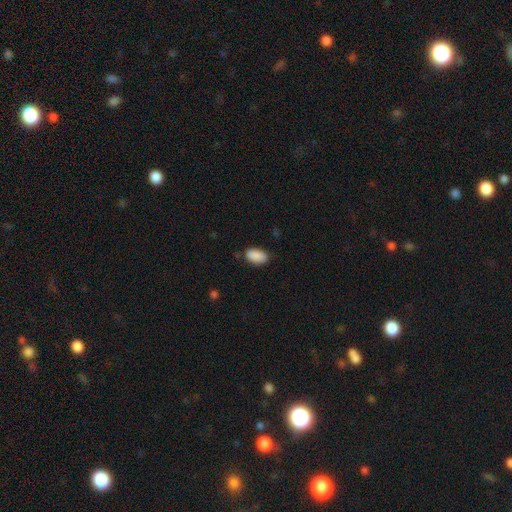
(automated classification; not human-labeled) Smooth or featured? Predicted: smooth (p=0.90). How rounded? Predicted: in between (p=0.94). Merging? Predicted: none (p=0.80).